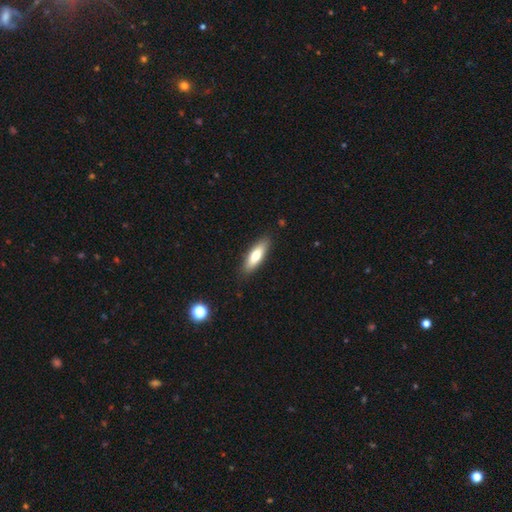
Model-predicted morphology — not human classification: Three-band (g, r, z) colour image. It shows a smooth galaxy with no disk features (71%) that is in between round and cigar-shaped (51%). Merging: none (86%).